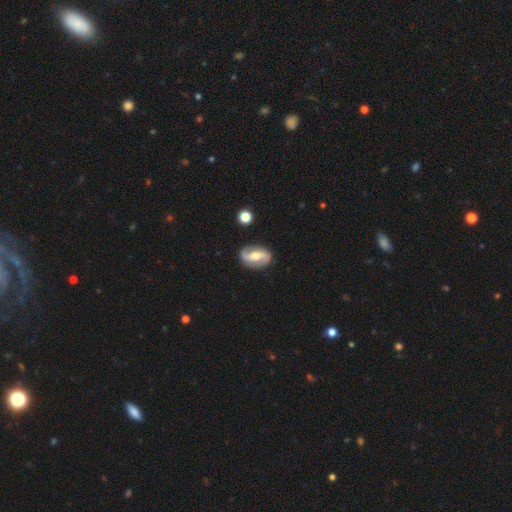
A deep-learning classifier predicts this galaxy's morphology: A featured or disk galaxy (79%) with a strong bar (37%), 2 (91%) loose (47%) spiral arms (92%) and a moderate central bulge (63%). Merging: none (84%).